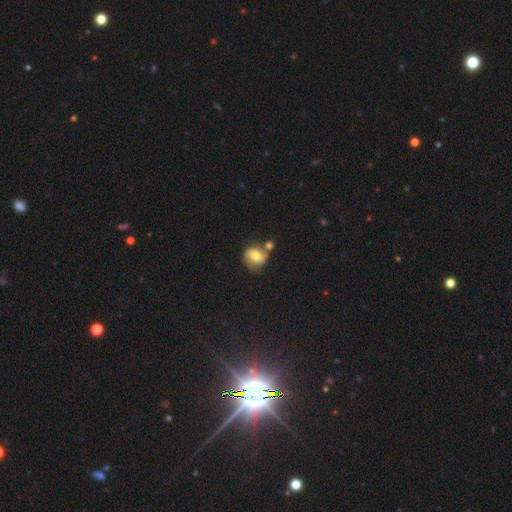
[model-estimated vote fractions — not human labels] A featured or disk galaxy (47%). Merging: none (49%).